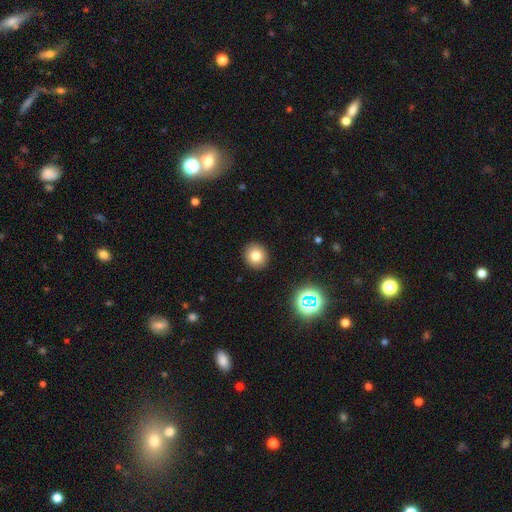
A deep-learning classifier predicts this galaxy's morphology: smooth_or_featured: smooth (p=0.79) [alt: star or artifact p=0.13]
how_rounded: round (p=0.87) [alt: in between p=0.12]
merging: none (p=0.92) [alt: minor disturbance p=0.05]